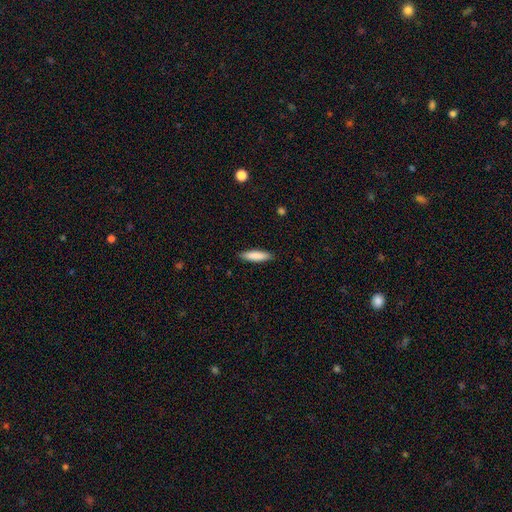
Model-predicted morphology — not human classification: type=smooth (86%); roundness=cigar-shaped (70%); merging=none (89%).